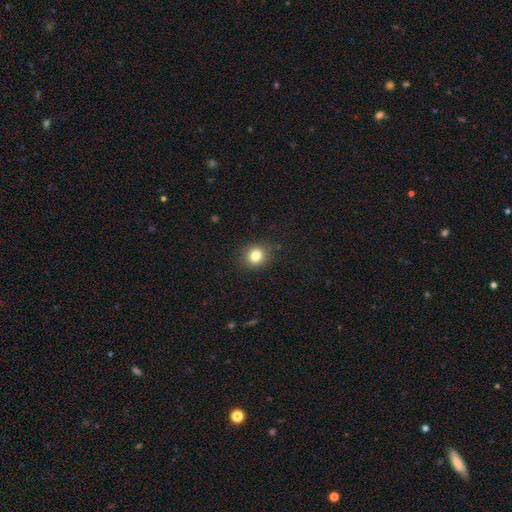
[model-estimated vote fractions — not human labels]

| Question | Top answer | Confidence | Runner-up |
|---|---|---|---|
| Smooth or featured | smooth | 82% | star or artifact (12%) |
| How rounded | round | 80% | in between (19%) |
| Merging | none | 88% | minor disturbance (9%) |